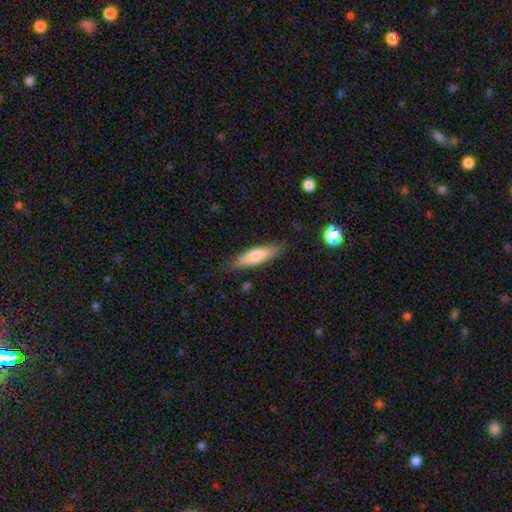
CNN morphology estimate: This appears to be a smooth galaxy with no disk features (69%) that is cigar-shaped (69%). Merging: none (84%).